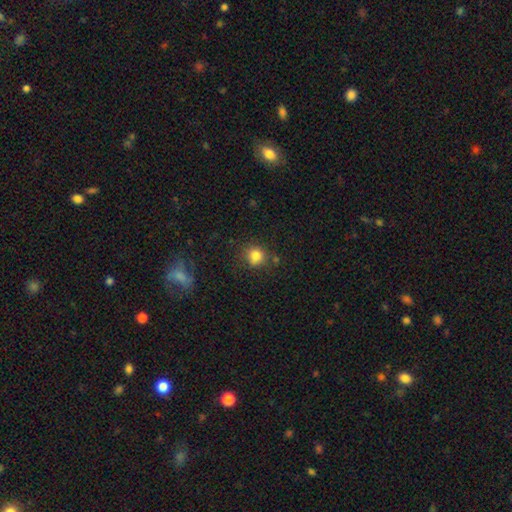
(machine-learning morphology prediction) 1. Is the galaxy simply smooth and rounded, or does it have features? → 82% smooth, 12% star or artifact, 6% featured or disk.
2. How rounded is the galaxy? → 85% round, 14% in between, 1% cigar-shaped.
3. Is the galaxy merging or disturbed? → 74% none, 15% minor disturbance, 6% merger, 5% major disturbance.